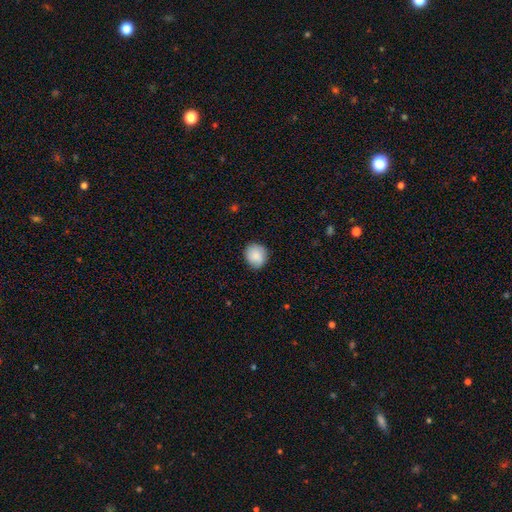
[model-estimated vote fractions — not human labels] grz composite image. It shows a smooth galaxy with no disk features (84%) that is round (87%). Merging: none (83%).